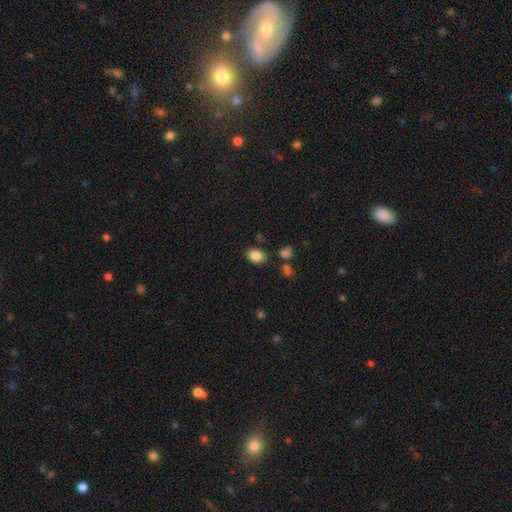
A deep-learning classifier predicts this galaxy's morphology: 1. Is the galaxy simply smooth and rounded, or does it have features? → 85% smooth, 9% star or artifact, 6% featured or disk.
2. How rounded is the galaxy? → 71% in between, 28% round, 1% cigar-shaped.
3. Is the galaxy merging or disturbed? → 80% none, 12% minor disturbance, 5% merger, 3% major disturbance.